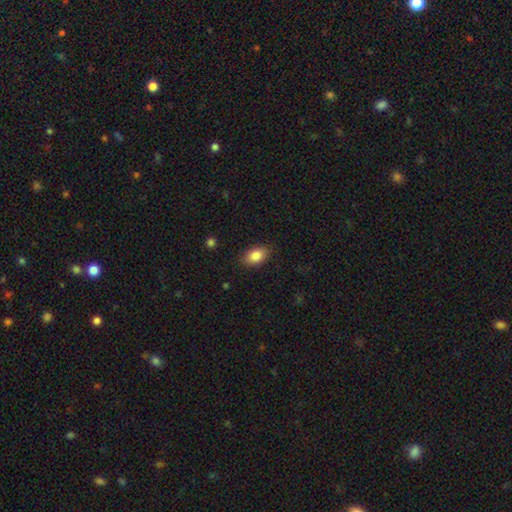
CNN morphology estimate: The model was most divided on "merging": none: 85%, minor disturbance: 11%, major disturbance: 3%, merger: 1%. More confident: how rounded — in between (87%); smooth or featured — smooth (85%).